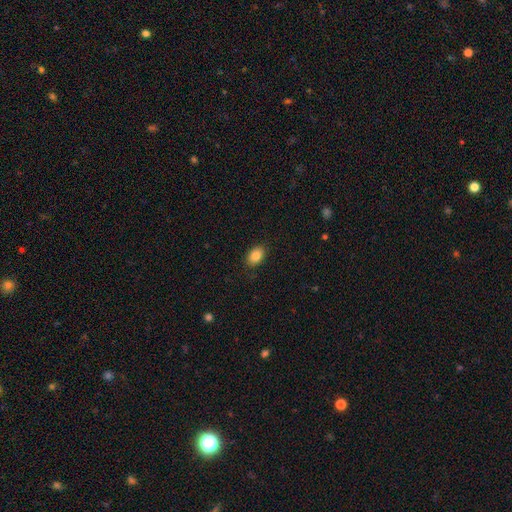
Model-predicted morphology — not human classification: smooth 85%, star or artifact 8%, featured or disk 7%. Down the decision tree: how rounded — in between (83%); merging — none (87%).